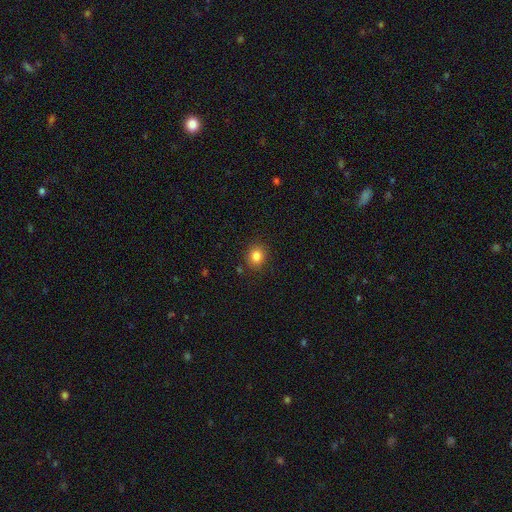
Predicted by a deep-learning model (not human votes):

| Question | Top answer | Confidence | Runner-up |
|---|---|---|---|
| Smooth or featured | smooth | 84% | star or artifact (11%) |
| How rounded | round | 74% | in between (25%) |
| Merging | none | 88% | minor disturbance (8%) |